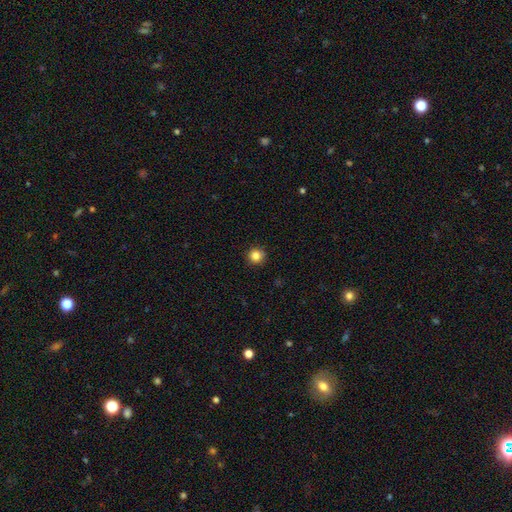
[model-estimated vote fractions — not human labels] This is clearly a smooth galaxy (84%). How rounded: clearly round (95%). Merging: clearly none (91%).